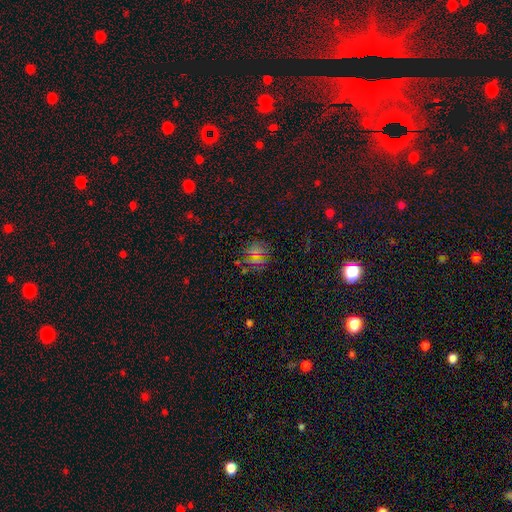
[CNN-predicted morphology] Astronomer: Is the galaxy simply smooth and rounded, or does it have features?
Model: star or artifact — 51% (runner-up: smooth, 36%).